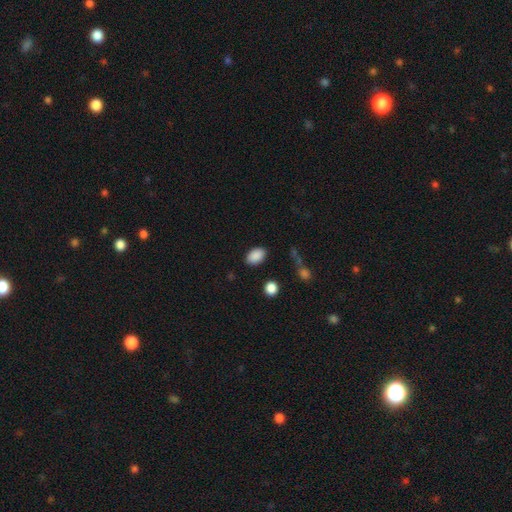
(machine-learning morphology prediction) Smooth or featured?
  - smooth: 89% *
  - star or artifact: 8%
  - featured or disk: 3%
How rounded?
  - in between: 87% *
  - round: 12%
  - cigar-shaped: 1%
Merging?
  - none: 86% *
  - minor disturbance: 9%
  - major disturbance: 3%
  - merger: 2%